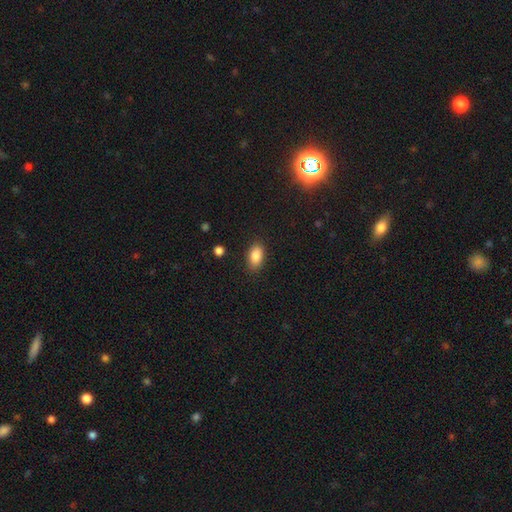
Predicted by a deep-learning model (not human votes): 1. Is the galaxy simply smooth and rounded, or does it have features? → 86% smooth, 8% star or artifact, 6% featured or disk.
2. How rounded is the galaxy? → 90% in between, 7% round, 3% cigar-shaped.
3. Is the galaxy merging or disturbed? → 87% none, 10% minor disturbance, 3% major disturbance, 1% merger.